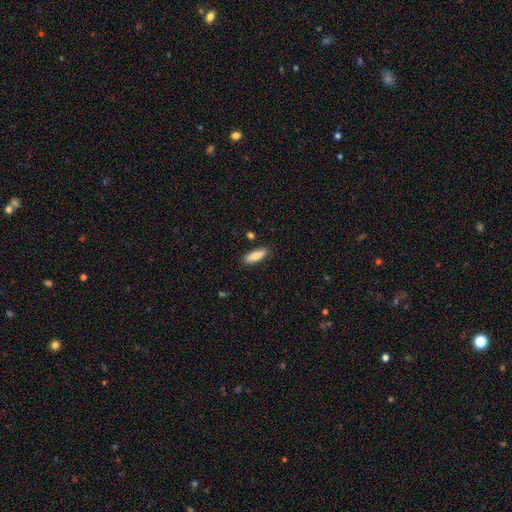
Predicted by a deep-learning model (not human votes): Morphology: type=smooth (79%); roundness=in between (51%); merging=none (84%).